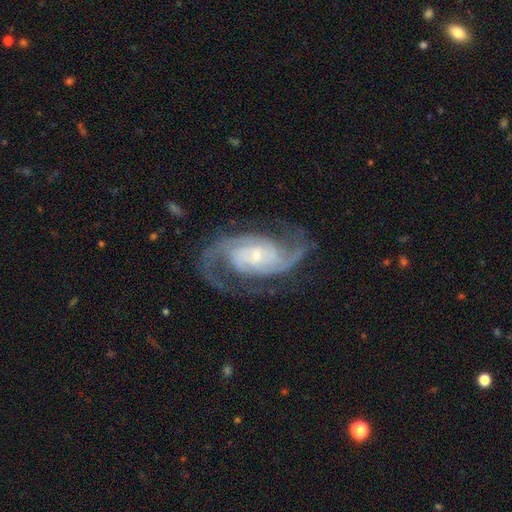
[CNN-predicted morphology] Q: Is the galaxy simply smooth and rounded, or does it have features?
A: featured or disk — 92%.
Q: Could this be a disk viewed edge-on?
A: no — 97%.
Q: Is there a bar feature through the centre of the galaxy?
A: no — 51%.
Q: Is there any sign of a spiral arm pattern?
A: yes — 98%.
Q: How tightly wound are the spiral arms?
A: medium — 54%.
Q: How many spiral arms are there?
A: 2 — 75%.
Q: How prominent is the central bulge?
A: small — 67%.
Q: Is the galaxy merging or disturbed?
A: none — 74%.